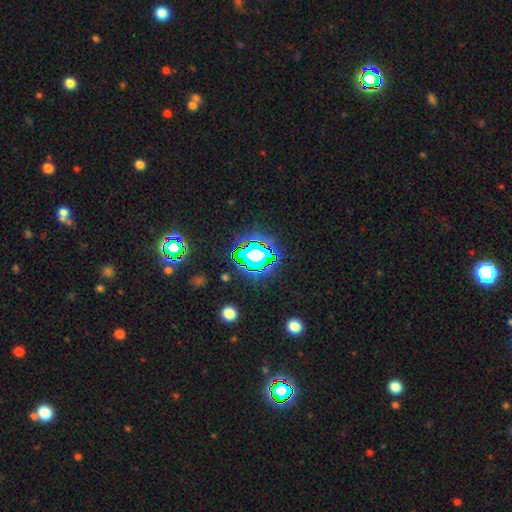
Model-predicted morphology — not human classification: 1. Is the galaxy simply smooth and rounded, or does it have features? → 69% star or artifact, 18% smooth, 13% featured or disk.